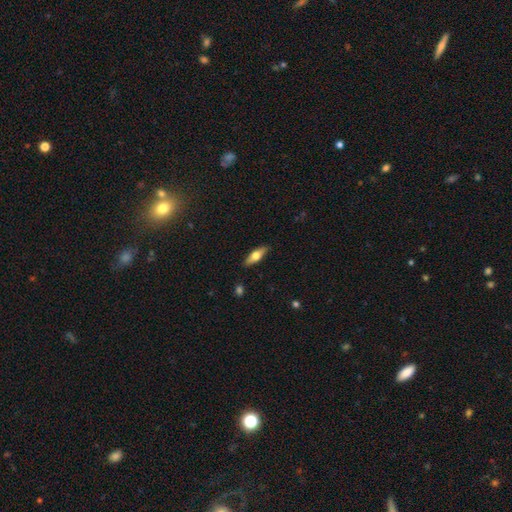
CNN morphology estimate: Overall: smooth (52%; featured or disk 42%). How rounded: in between (51%; cigar-shaped 47%). Merging: none (89%).